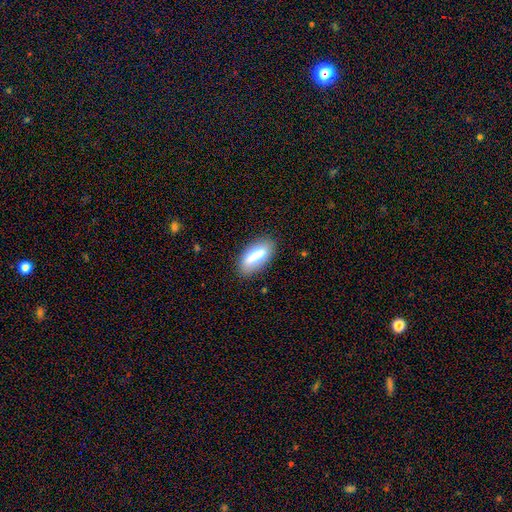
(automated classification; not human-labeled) Smooth or featured? Predicted: smooth (p=0.76). How rounded? Predicted: in between (p=0.77). Merging? Predicted: none (p=0.80).